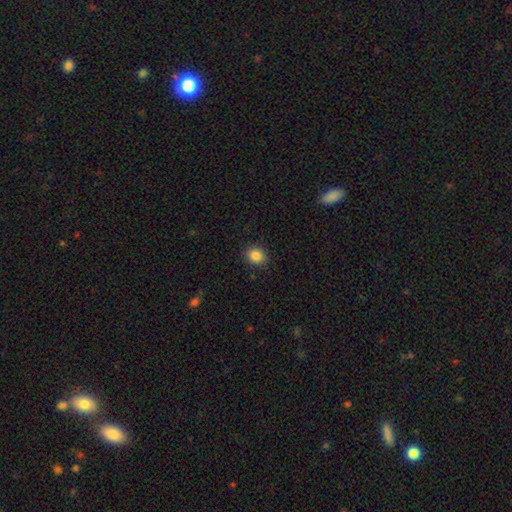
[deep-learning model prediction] A smooth galaxy with no disk features (86%) that is round (62%).

Vote fractions:
- Smooth or featured? smooth: 86% / star or artifact: 10% / featured or disk: 4%
- How rounded? round: 62% / in between: 37% / cigar-shaped: 1%
- Merging? none: 90% / minor disturbance: 7% / major disturbance: 2% / merger: 1%